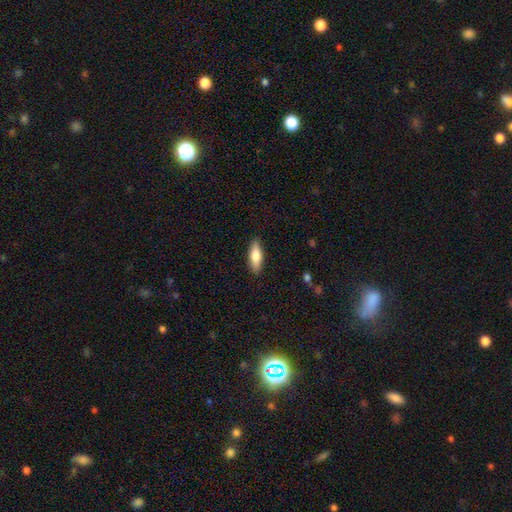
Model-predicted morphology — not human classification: Smooth or featured: smooth — 71% (featured or disk — 23%)
How rounded: in between — 57% (cigar-shaped — 40%)
Merging: none — 89% (minor disturbance — 9%)